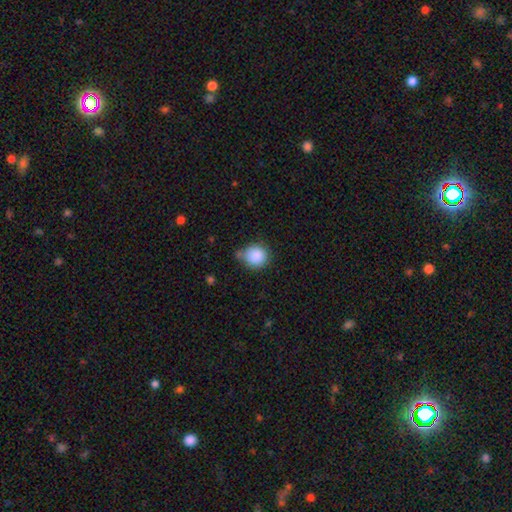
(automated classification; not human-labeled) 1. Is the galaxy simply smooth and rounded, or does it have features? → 88% smooth, 8% star or artifact, 4% featured or disk.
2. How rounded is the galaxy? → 88% round, 11% in between, 1% cigar-shaped.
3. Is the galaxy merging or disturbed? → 61% none, 25% minor disturbance, 7% merger, 6% major disturbance.